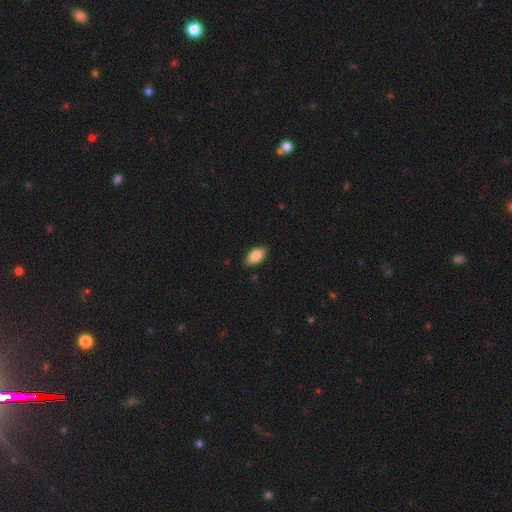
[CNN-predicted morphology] This is clearly a smooth galaxy (87%). How rounded: clearly in between (93%). Merging: clearly none (84%).